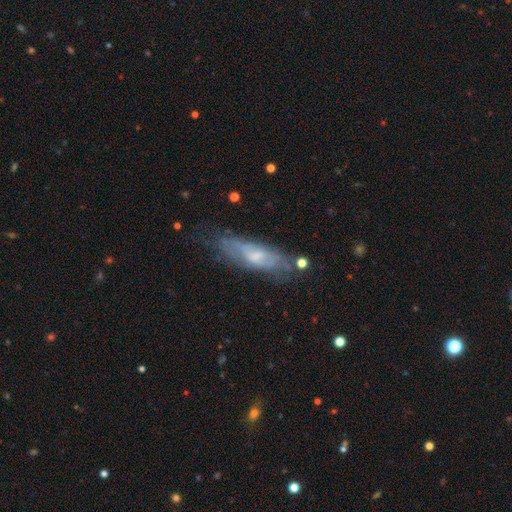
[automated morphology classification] featured or disk 53%, smooth 38%, star or artifact 8%. Down the decision tree: edge-on disk — no (63%); merging — none (61%).